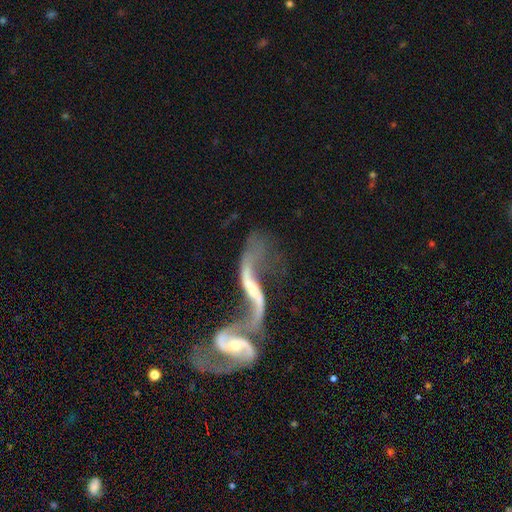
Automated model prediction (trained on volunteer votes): Smooth or featured? featured or disk (83%)
Edge-on disk? no (90%)
Bar? weak (37%)
Spiral arms? yes (86%)
Spiral winding? loose (88%)
Spiral arm count? 2 (81%)
Bulge size? small (48%)
Merging? merger (72%)